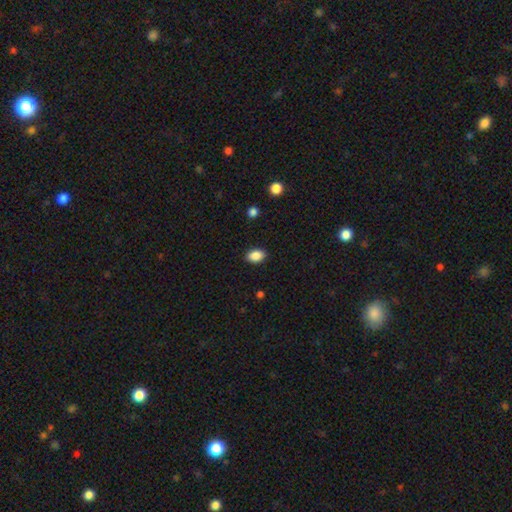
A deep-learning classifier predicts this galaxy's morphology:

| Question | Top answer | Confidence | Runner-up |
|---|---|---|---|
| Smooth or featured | smooth | 88% | star or artifact (8%) |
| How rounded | in between | 87% | round (11%) |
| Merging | none | 88% | minor disturbance (8%) |